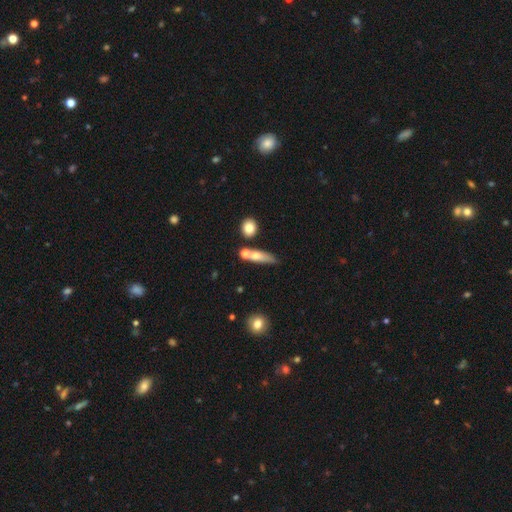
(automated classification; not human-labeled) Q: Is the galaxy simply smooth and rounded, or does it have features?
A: smooth — 65%.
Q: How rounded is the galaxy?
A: cigar-shaped — 52%.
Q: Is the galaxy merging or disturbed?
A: none — 48%.